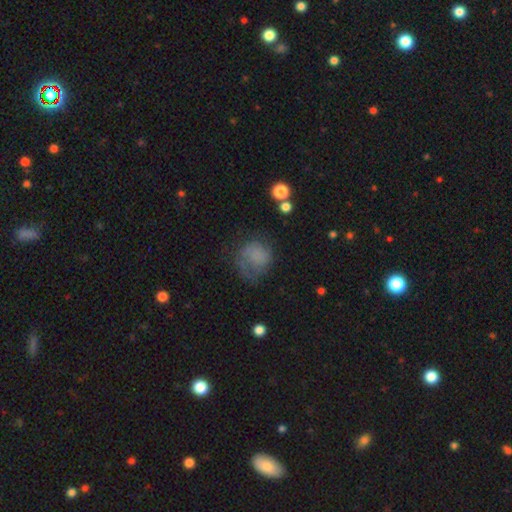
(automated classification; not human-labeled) Morphology: type=smooth (57%); roundness=round (70%); merging=none (43%).